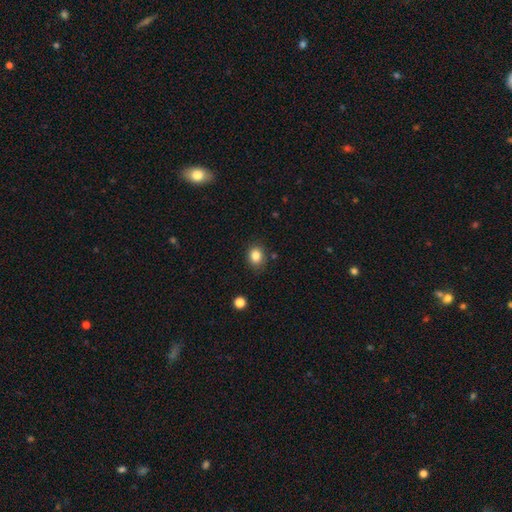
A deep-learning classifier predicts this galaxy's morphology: A smooth galaxy with no disk features (84%) that is round (60%). Merging: none (84%).